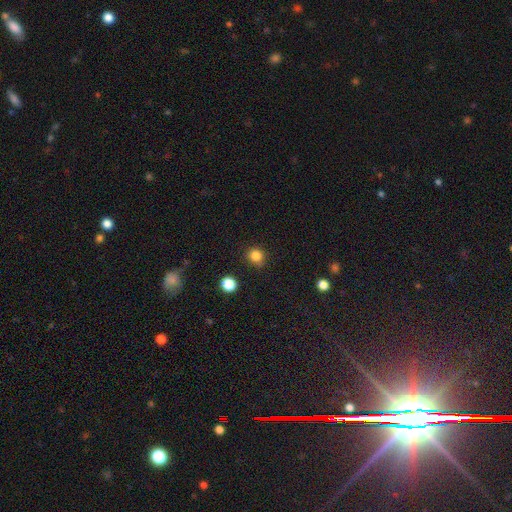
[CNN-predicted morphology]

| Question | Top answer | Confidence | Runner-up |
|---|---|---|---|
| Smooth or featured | smooth | 83% | star or artifact (13%) |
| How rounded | round | 86% | in between (13%) |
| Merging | none | 81% | minor disturbance (13%) |